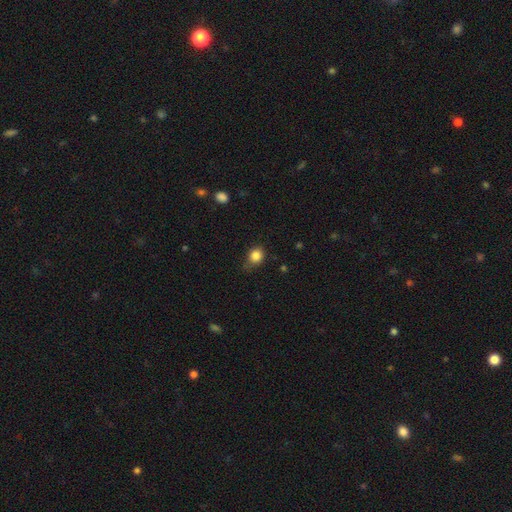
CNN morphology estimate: The model was most divided on "how rounded": round: 66%, in between: 33%, cigar-shaped: 1%. More confident: smooth or featured — smooth (85%); merging — none (69%).